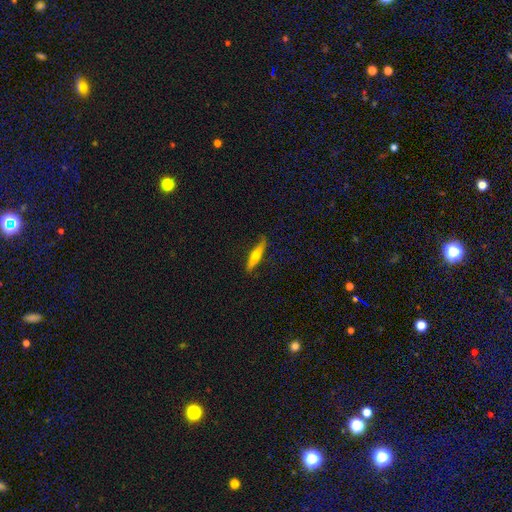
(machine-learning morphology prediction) type=smooth (49%); merging=none (81%).